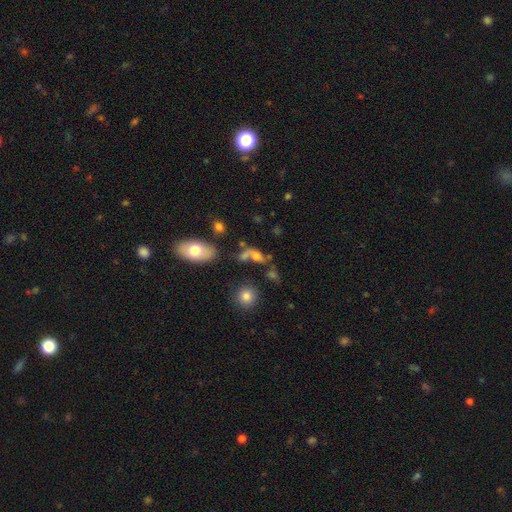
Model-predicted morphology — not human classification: Smooth or featured? Predicted: smooth (p=0.55). How rounded? Predicted: in between (p=0.68). Merging? Predicted: none (p=0.40).